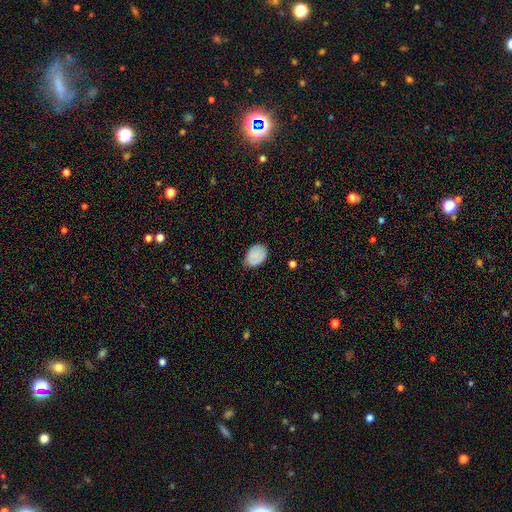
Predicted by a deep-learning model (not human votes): Smooth or featured? Predicted: smooth (p=0.87). How rounded? Predicted: in between (p=0.76). Merging? Predicted: none (p=0.68).